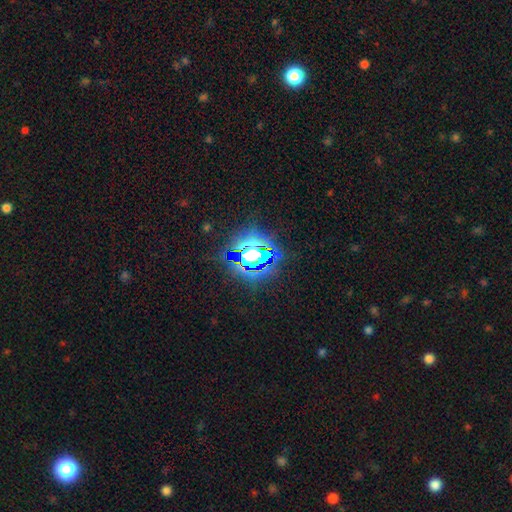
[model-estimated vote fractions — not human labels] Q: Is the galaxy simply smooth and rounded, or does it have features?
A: star or artifact — 70%.